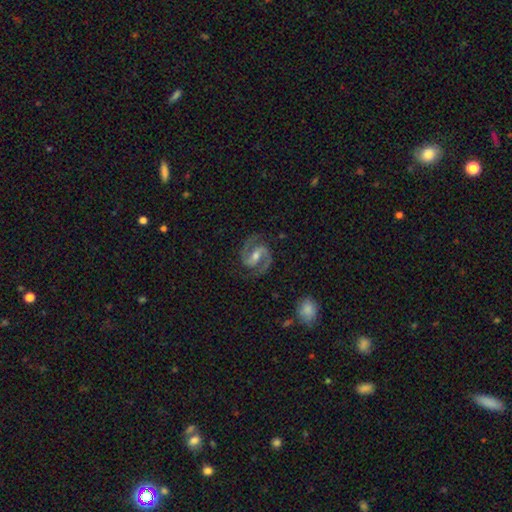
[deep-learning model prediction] A featured or disk galaxy (91%) with a strong bar (43%), 2 (94%) medium (65%) spiral arms (98%) and a moderate central bulge (58%).

Vote fractions:
- Smooth or featured? featured or disk: 91% / smooth: 5% / star or artifact: 4%
- Edge-on disk? no: 98% / yes: 2%
- Bar? strong: 43% / weak: 41% / no: 16%
- Spiral arms? yes: 98% / no: 2%
- Spiral winding? medium: 65% / tight: 21% / loose: 14%
- Spiral arm count? 2: 94% / can't tell: 2% / 1: 1% / 3: 1% / 4: 1% / more than 4: 1%
- Bulge size? moderate: 58% / small: 35% / large: 4% / none: 3% / dominant: 1%
- Merging? none: 83% / minor disturbance: 11% / major disturbance: 4% / merger: 1%